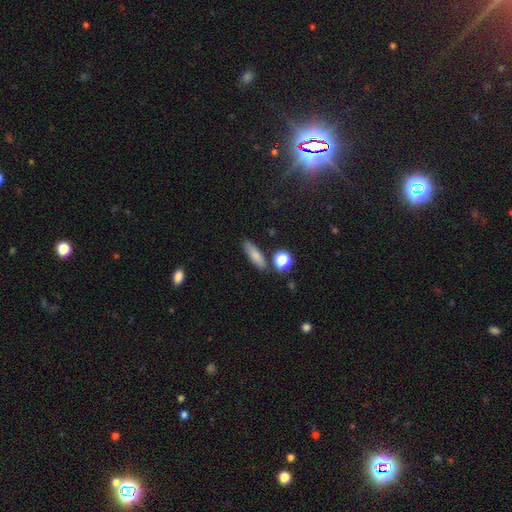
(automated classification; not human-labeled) Morphology: type=smooth (79%); roundness=cigar-shaped (52%); merging=none (79%).